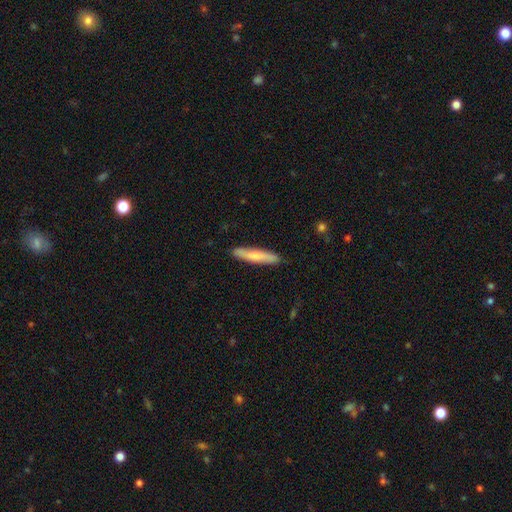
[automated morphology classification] Smooth or featured?
  - smooth: 69% *
  - featured or disk: 26%
  - star or artifact: 5%
How rounded?
  - cigar-shaped: 91% *
  - in between: 7%
  - round: 1%
Merging?
  - none: 89% *
  - minor disturbance: 9%
  - major disturbance: 1%
  - merger: 1%